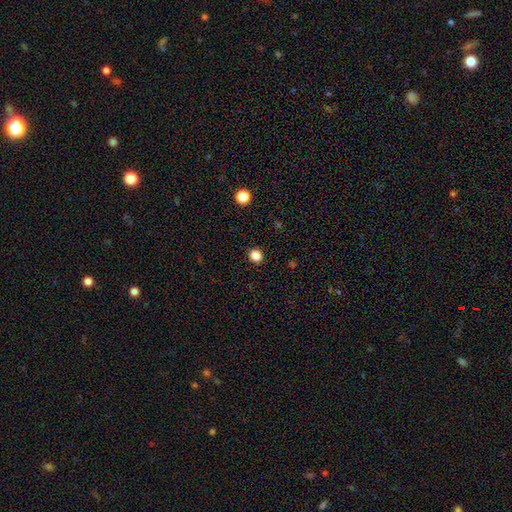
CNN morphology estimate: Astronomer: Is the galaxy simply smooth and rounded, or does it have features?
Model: smooth — 84%.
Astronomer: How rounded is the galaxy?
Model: round — 91%.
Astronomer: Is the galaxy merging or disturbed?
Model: none — 93%.